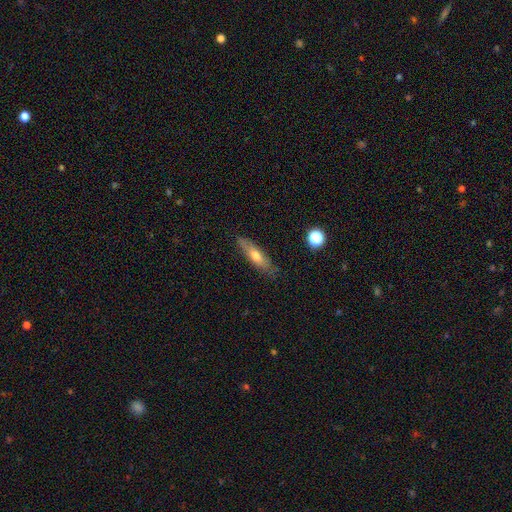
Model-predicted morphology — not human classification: Smooth or featured: smooth — 58% (featured or disk — 34%)
How rounded: cigar-shaped — 65% (in between — 32%)
Merging: none — 82% (minor disturbance — 14%)